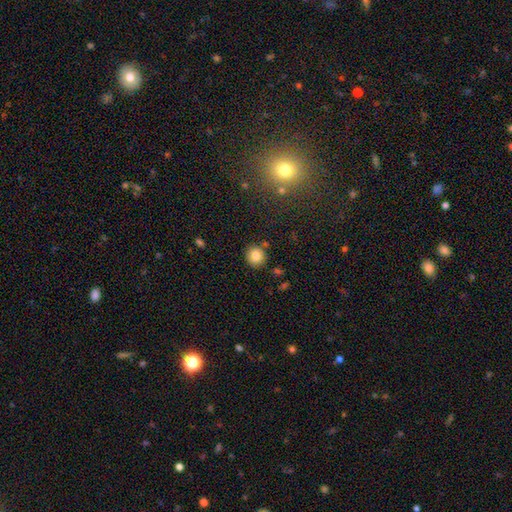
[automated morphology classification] smooth 82%, star or artifact 10%, featured or disk 8%. Down the decision tree: how rounded — round (90%); merging — none (86%).